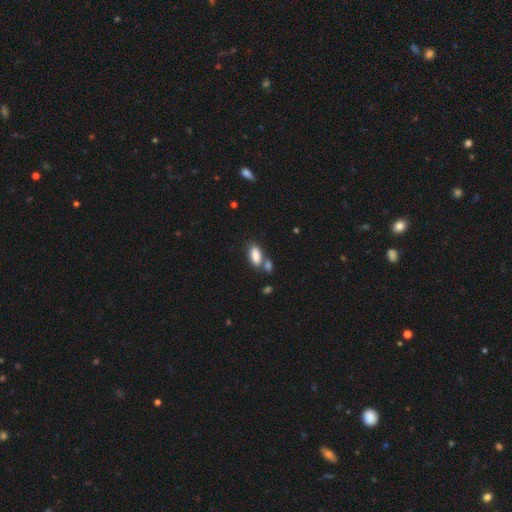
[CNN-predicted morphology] smooth-or-featured: smooth: 85% | star or artifact: 8% | featured or disk: 7%
  how-rounded: in between: 86% | cigar-shaped: 11% | round: 3%
  merging: none: 55% | merger: 28% | minor disturbance: 13% | major disturbance: 4%